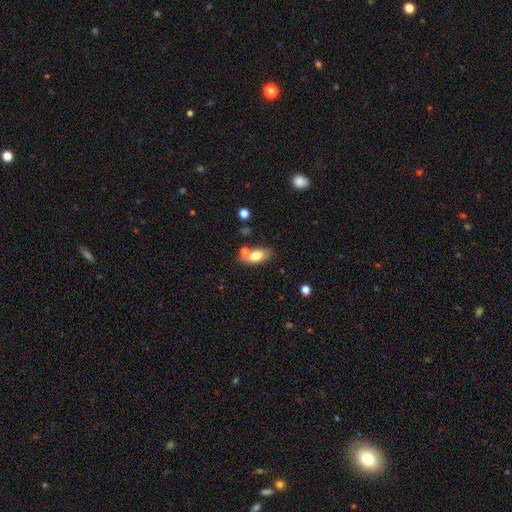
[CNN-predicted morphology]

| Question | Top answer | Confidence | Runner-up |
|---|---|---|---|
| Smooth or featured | smooth | 75% | featured or disk (16%) |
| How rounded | in between | 85% | round (8%) |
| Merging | none | 58% | merger (23%) |